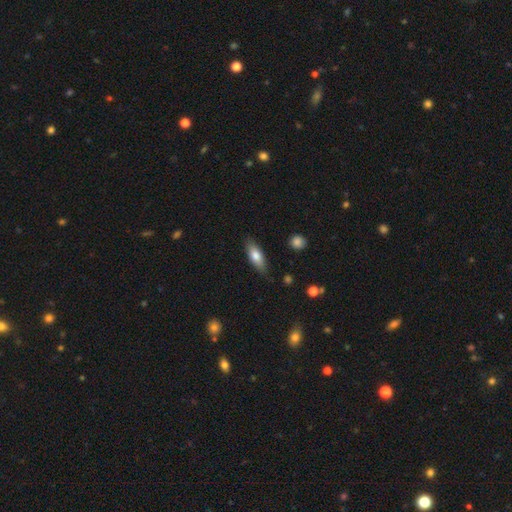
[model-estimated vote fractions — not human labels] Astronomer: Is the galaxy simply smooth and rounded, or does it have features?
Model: smooth — 73%.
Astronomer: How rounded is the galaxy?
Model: in between — 68%.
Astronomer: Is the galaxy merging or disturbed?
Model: none — 84%.